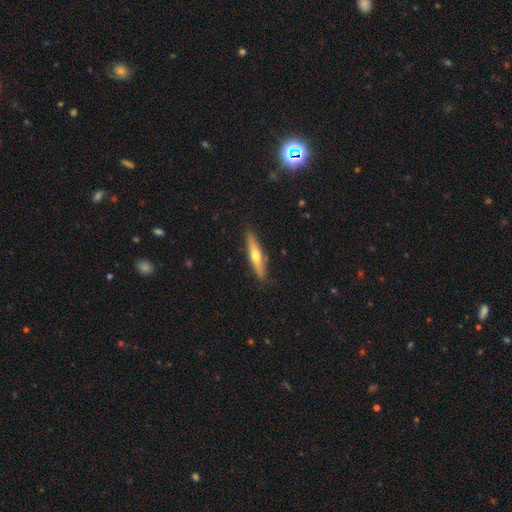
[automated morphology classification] smooth-or-featured: featured or disk: 53% | smooth: 41% | star or artifact: 5%
  disk-edge-on: yes: 93% | no: 7%
  merging: none: 86% | minor disturbance: 11% | major disturbance: 2% | merger: 2%